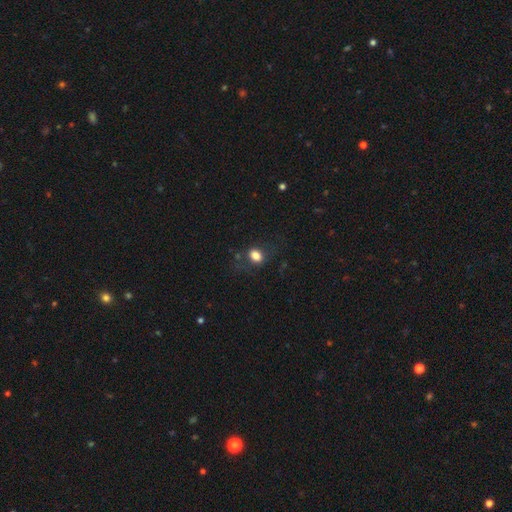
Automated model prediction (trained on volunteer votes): This appears to be a smooth galaxy with no disk features (81%) that is in between round and cigar-shaped (63%). Merging: none (68%).